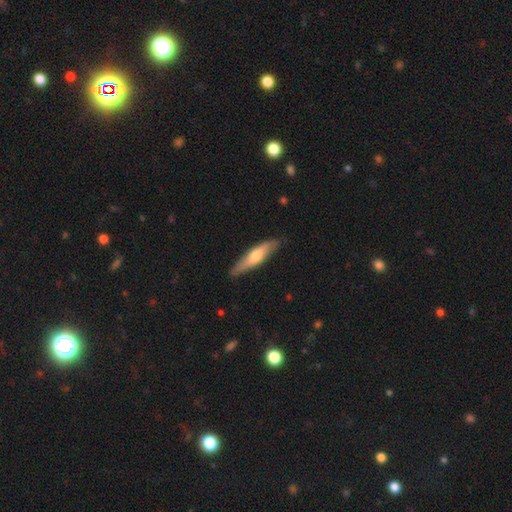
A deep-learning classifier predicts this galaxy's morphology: This appears to be a smooth galaxy with no disk features (54%) that is cigar-shaped (77%). Merging: none (83%).